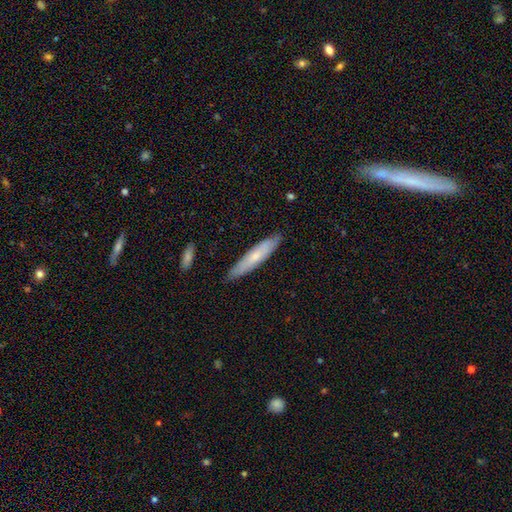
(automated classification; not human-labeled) Smooth or featured: smooth — 60% (featured or disk — 34%)
How rounded: cigar-shaped — 87% (in between — 11%)
Merging: none — 87% (minor disturbance — 11%)